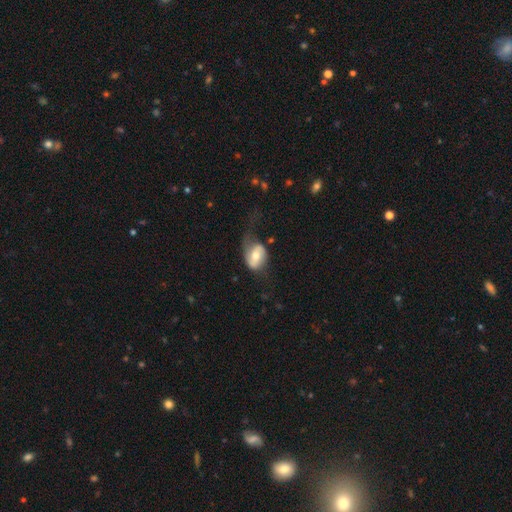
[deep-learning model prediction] Smooth or featured? featured or disk (50%)
Edge-on disk? no (94%)
Merging? major disturbance (36%)